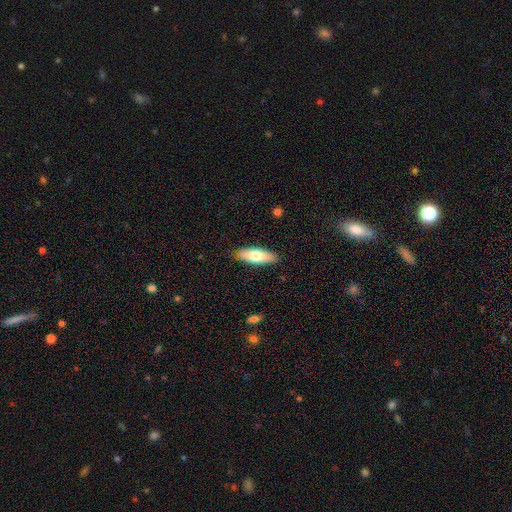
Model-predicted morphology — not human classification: Smooth or featured? smooth (72%)
How rounded? in between (65%)
Merging? none (87%)